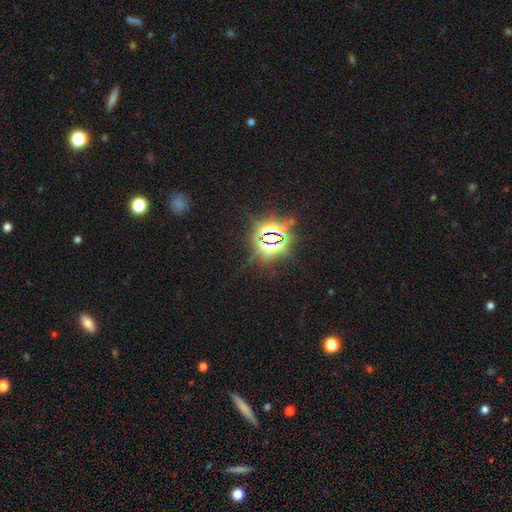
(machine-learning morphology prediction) Smooth or featured? star or artifact (82%)